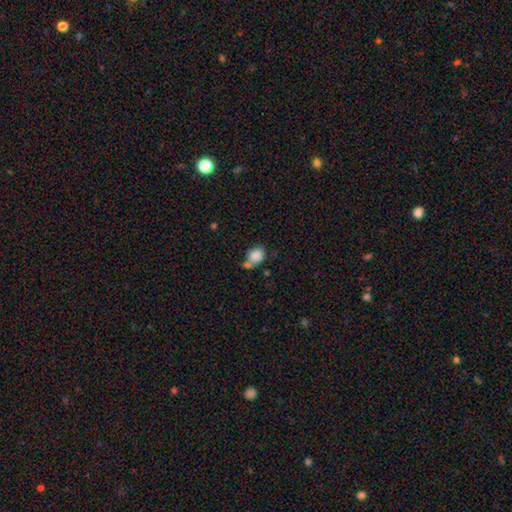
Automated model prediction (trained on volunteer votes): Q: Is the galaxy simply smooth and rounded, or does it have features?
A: smooth — 83%.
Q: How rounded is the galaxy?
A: in between — 55%.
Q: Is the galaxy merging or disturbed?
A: merger — 38%.